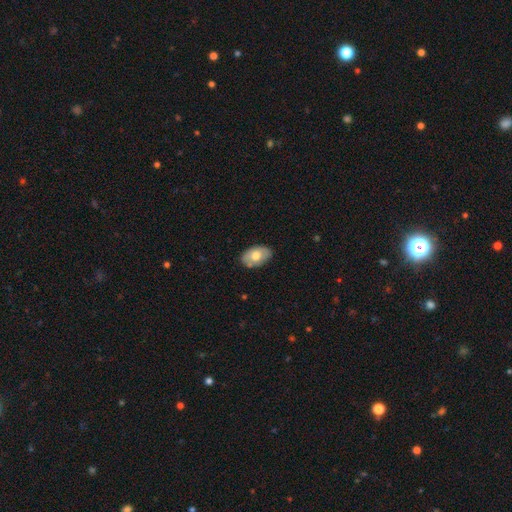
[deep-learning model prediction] The model was most divided on "smooth or featured": smooth: 65%, featured or disk: 28%, star or artifact: 6%. More confident: how rounded — in between (91%); merging — none (80%).